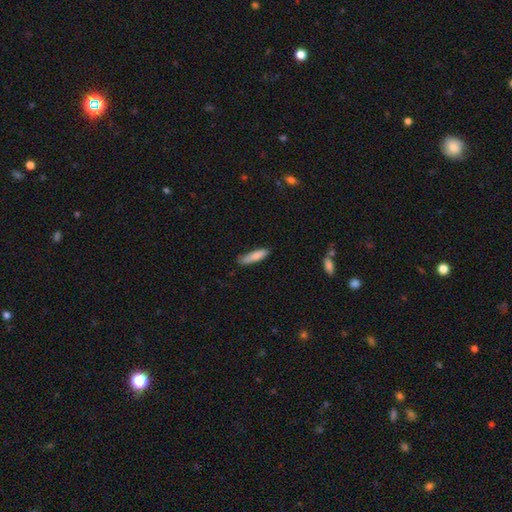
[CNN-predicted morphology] Smooth or featured? smooth (82%)
How rounded? cigar-shaped (75%)
Merging? none (72%)